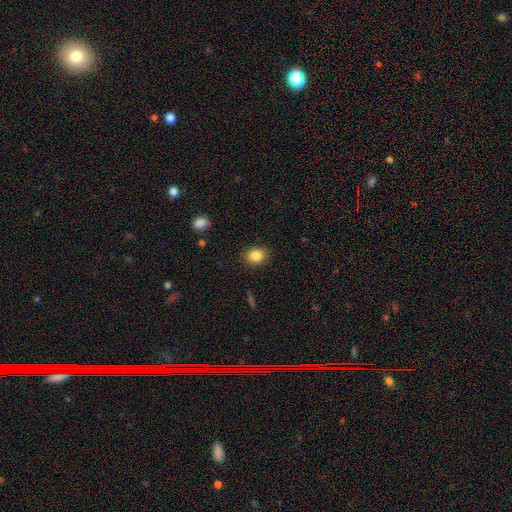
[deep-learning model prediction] Q: Smooth or featured?
A: smooth (86%); runner-up: star or artifact (10%)
Q: How rounded?
A: round (60%); runner-up: in between (39%)
Q: Merging?
A: none (88%); runner-up: minor disturbance (9%)